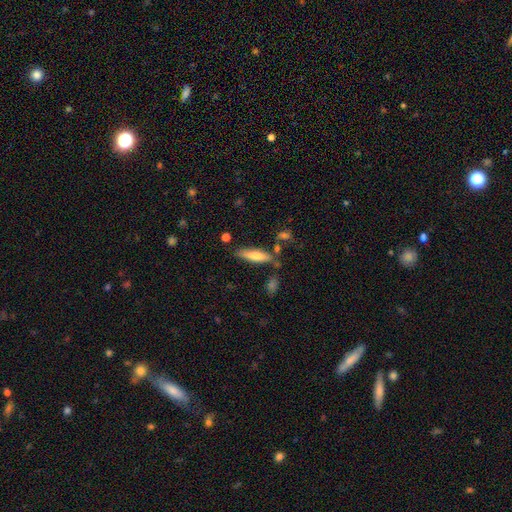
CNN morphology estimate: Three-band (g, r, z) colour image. It shows a smooth galaxy with no disk features (65%) that is cigar-shaped (73%). Merging: none (74%).